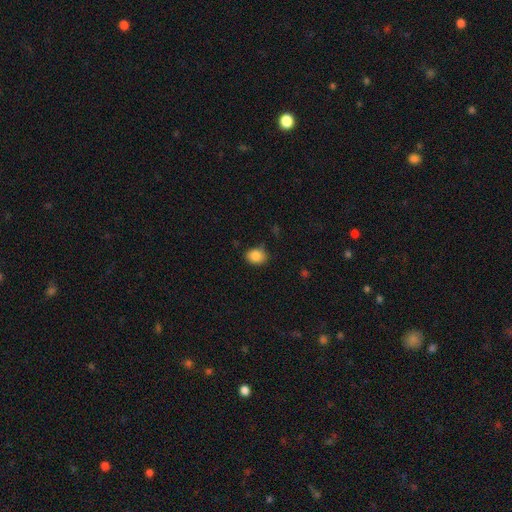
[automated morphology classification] smooth_or_featured: smooth (p=0.85) [alt: star or artifact p=0.09]
how_rounded: in between (p=0.52) [alt: round p=0.47]
merging: none (p=0.78) [alt: minor disturbance p=0.18]